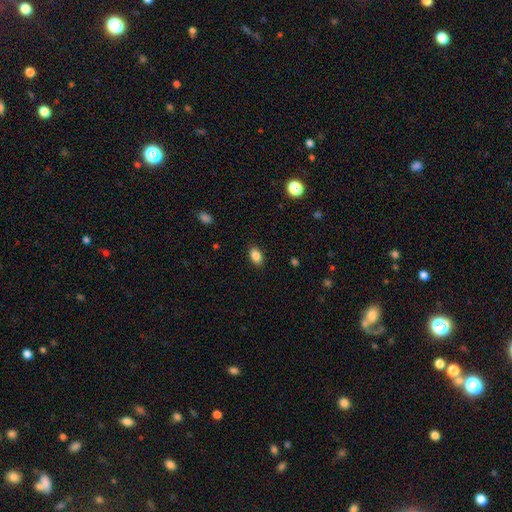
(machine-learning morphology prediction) Smooth or featured? smooth (86%)
How rounded? in between (88%)
Merging? none (88%)